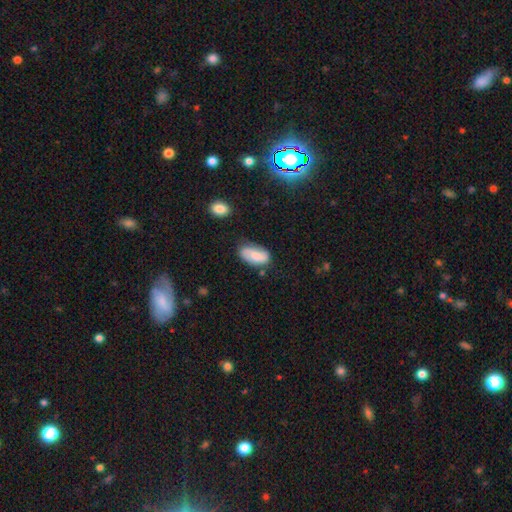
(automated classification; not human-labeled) A smooth galaxy with no disk features (64%) that is in between round and cigar-shaped (92%). Merging: none (65%).